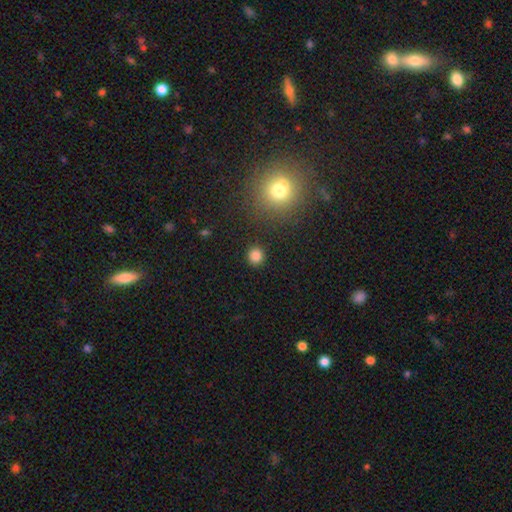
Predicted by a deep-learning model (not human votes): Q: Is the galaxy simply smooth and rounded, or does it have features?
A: smooth — 84%.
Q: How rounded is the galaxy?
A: round — 91%.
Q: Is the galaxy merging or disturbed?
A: none — 90%.